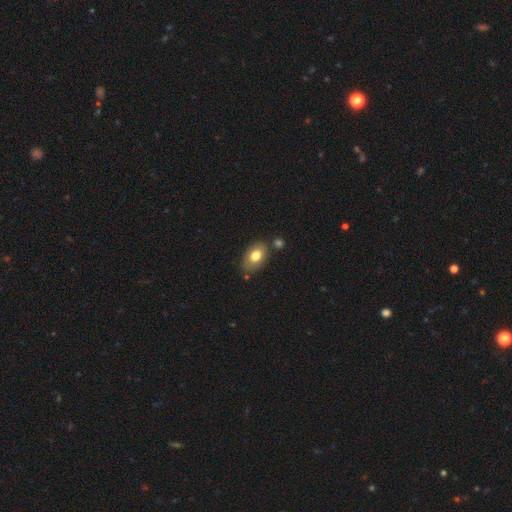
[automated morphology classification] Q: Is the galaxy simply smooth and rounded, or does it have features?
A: smooth — 77%.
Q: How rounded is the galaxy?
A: in between — 88%.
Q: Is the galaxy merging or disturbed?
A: none — 73%.